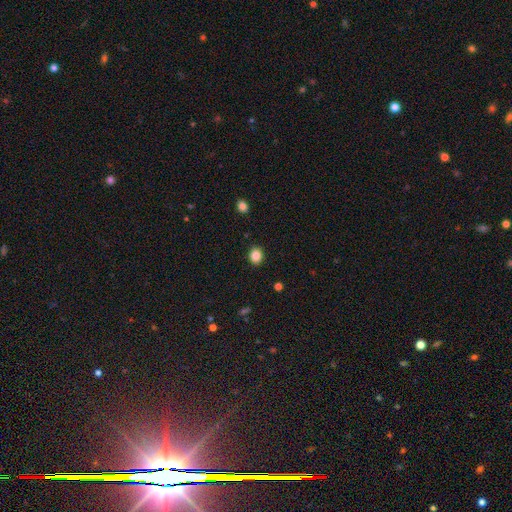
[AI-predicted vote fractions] Q: Smooth or featured?
A: smooth (85%); runner-up: star or artifact (10%)
Q: How rounded?
A: round (60%); runner-up: in between (39%)
Q: Merging?
A: none (89%); runner-up: minor disturbance (8%)